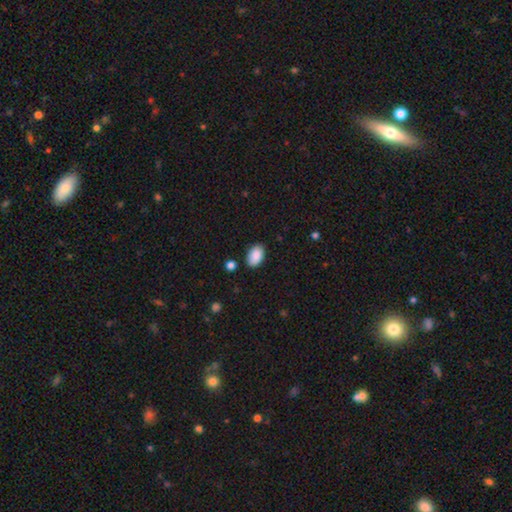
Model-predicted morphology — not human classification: Overall: smooth (90%). How rounded: in between (92%). Merging: none (85%).